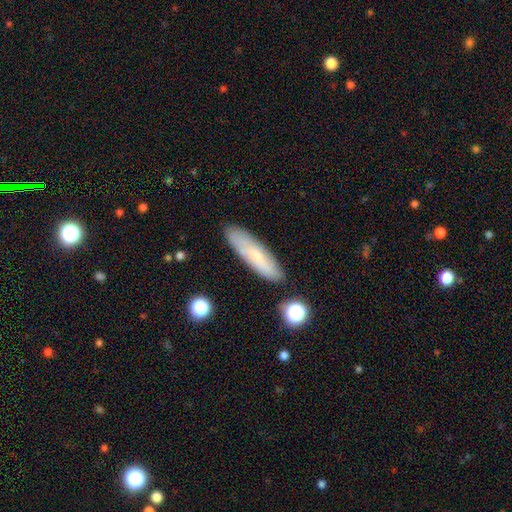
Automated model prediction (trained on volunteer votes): The model was most divided on "how rounded": cigar-shaped: 69%, in between: 29%, round: 2%. More confident: merging — none (82%); smooth or featured — smooth (67%).